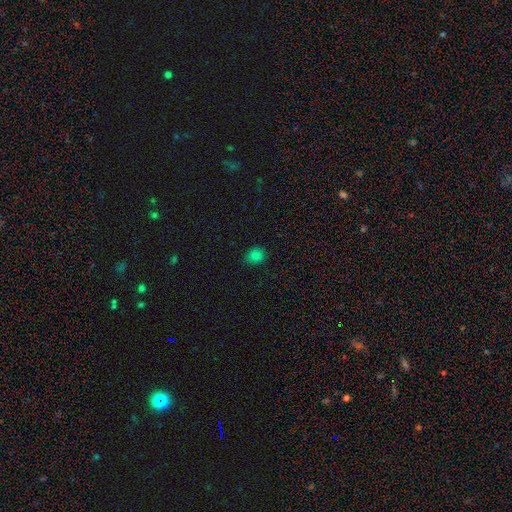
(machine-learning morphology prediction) smooth_or_featured: smooth (p=0.80) [alt: star or artifact p=0.14]
how_rounded: round (p=0.66) [alt: in between p=0.33]
merging: none (p=0.85) [alt: minor disturbance p=0.12]